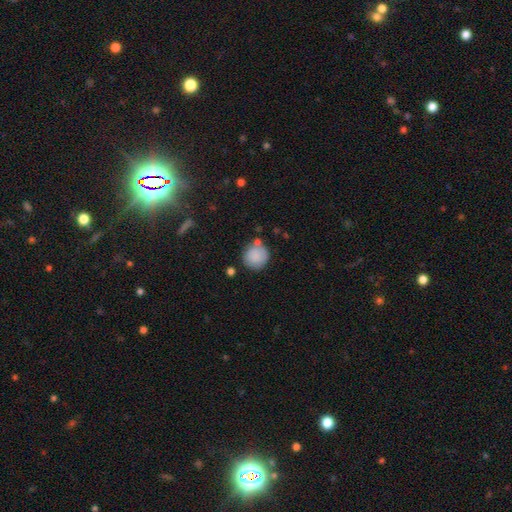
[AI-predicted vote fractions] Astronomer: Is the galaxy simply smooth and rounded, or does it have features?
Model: smooth — 86%.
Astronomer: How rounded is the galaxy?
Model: round — 92%.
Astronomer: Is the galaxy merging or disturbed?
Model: none — 74%.